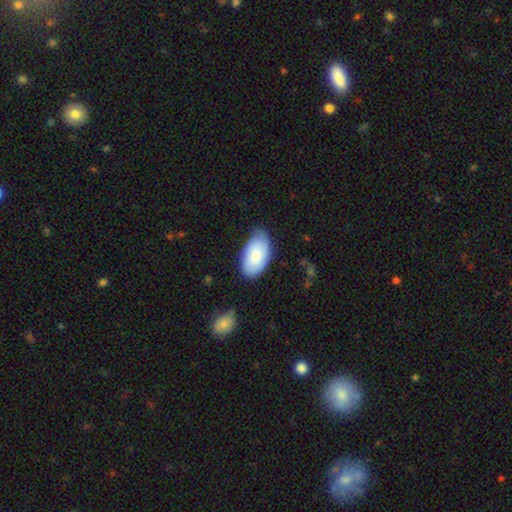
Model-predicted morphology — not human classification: Smooth or featured: smooth — 82% (featured or disk — 13%)
How rounded: in between — 96% (round — 3%)
Merging: none — 71% (minor disturbance — 24%)